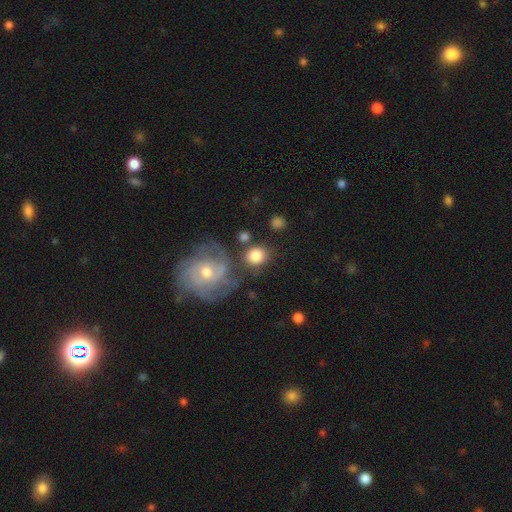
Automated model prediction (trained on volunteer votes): This is likely a smooth galaxy (78%). How rounded: clearly round (81%). Merging: likely none (65%).